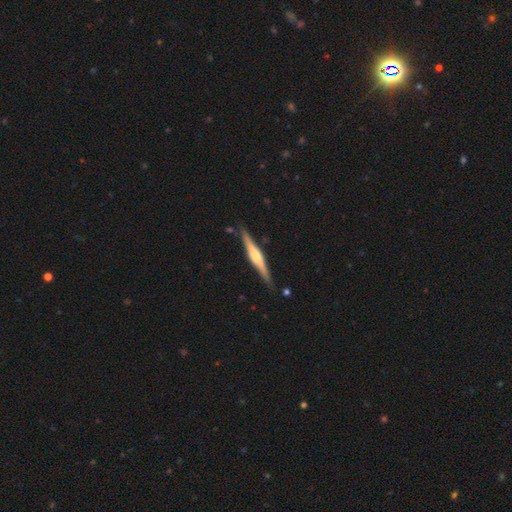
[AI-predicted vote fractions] A featured or disk galaxy (76%) viewed edge-on (98%) with a rounded central bulge (77%).

Vote fractions:
- Smooth or featured? featured or disk: 76% / smooth: 19% / star or artifact: 5%
- Edge-on disk? yes: 98% / no: 2%
- Edge-on bulge? rounded: 77% / boxy: 18% / none: 5%
- Merging? none: 87% / minor disturbance: 10% / major disturbance: 2% / merger: 2%